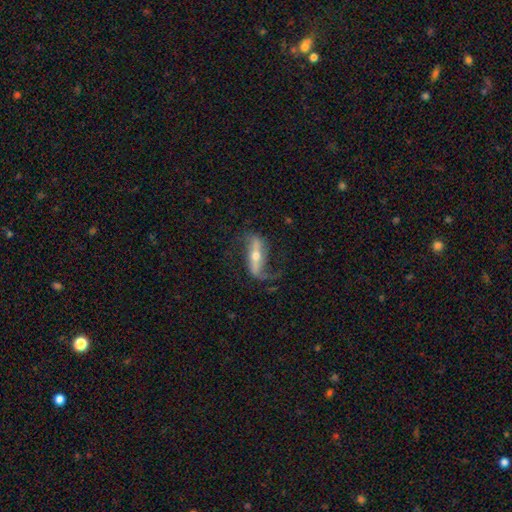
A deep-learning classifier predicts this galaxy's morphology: Overall: featured or disk (79%). Edge-on disk: no (68%; yes 32%). Bar: strong (65%). Spiral arms: yes (86%). Bulge size: moderate (54%; small 40%). Merging: none (62%).